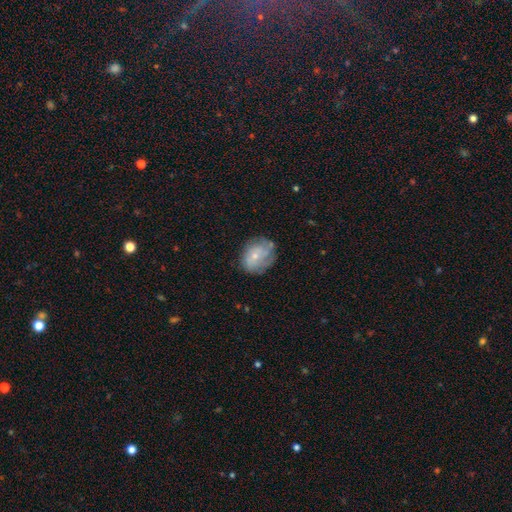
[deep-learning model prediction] This appears to be a featured or disk galaxy (50%). Merging: none (62%).